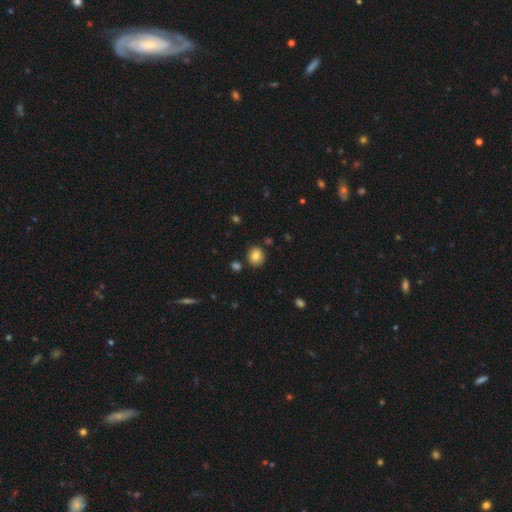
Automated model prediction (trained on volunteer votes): A smooth galaxy with no disk features (82%) that is round (78%). Merging: none (85%).